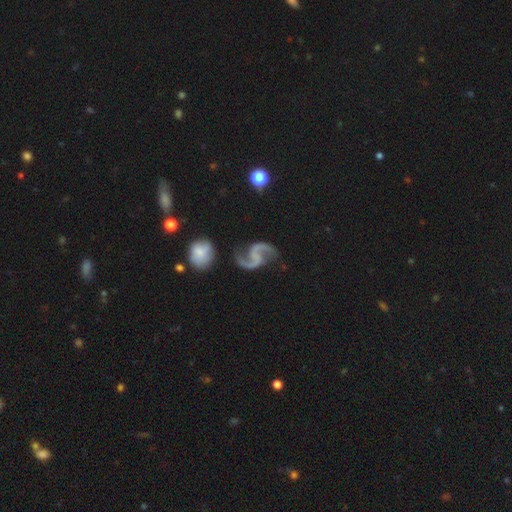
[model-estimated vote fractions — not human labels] Smooth or featured: featured or disk — 92% (star or artifact — 4%)
Edge-on disk: no — 98% (yes — 2%)
Bar: no — 47% (weak — 38%)
Spiral arms: yes — 98% (no — 2%)
Spiral winding: loose — 65% (medium — 30%)
Spiral arm count: 2 — 94% (1 — 2%)
Bulge size: none — 65% (small — 24%)
Merging: none — 73% (minor disturbance — 15%)